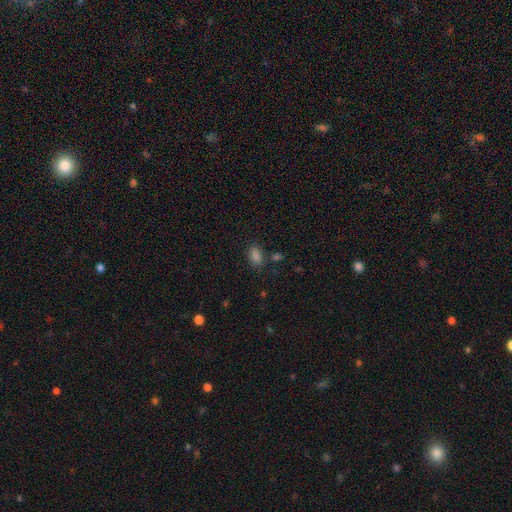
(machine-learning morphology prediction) Smooth or featured? smooth (80%)
How rounded? in between (87%)
Merging? none (77%)